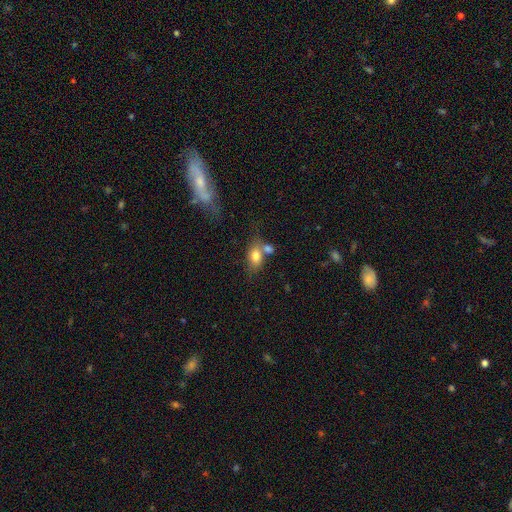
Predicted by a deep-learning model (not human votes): smooth_or_featured: smooth (p=0.77) [alt: featured or disk p=0.14]
how_rounded: in between (p=0.80) [alt: round p=0.17]
merging: none (p=0.43) [alt: merger p=0.35]